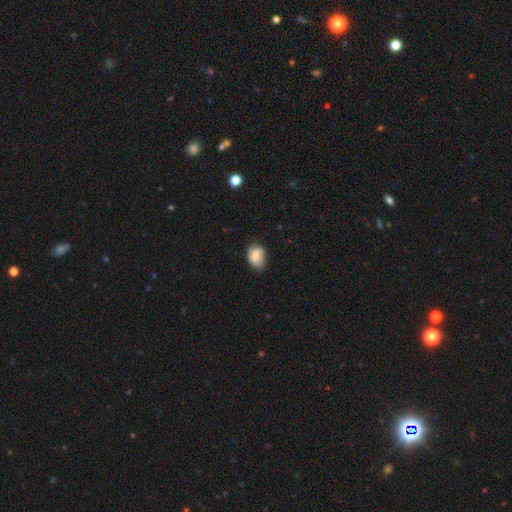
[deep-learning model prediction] A smooth galaxy with no disk features (76%) that is in between round and cigar-shaped (68%).

Vote fractions:
- Smooth or featured? smooth: 76% / featured or disk: 16% / star or artifact: 8%
- How rounded? in between: 68% / round: 31% / cigar-shaped: 1%
- Merging? none: 69% / minor disturbance: 25% / major disturbance: 4% / merger: 1%